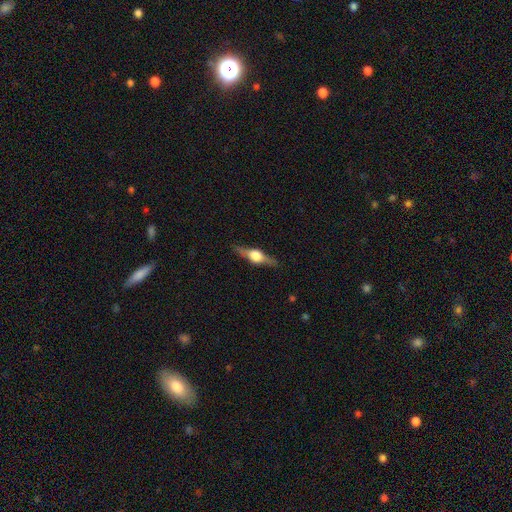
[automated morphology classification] Q: Smooth or featured?
A: featured or disk (74%); runner-up: smooth (20%)
Q: Edge-on disk?
A: yes (97%); runner-up: no (3%)
Q: Edge-on bulge?
A: rounded (93%); runner-up: boxy (6%)
Q: Merging?
A: none (88%); runner-up: minor disturbance (9%)